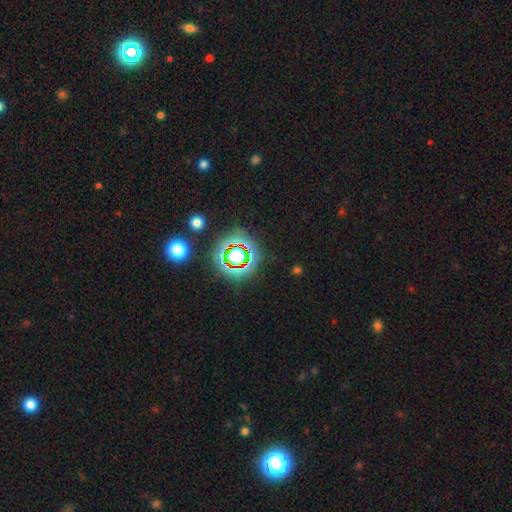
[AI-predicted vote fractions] Smooth or featured: star or artifact — 77% (smooth — 14%)